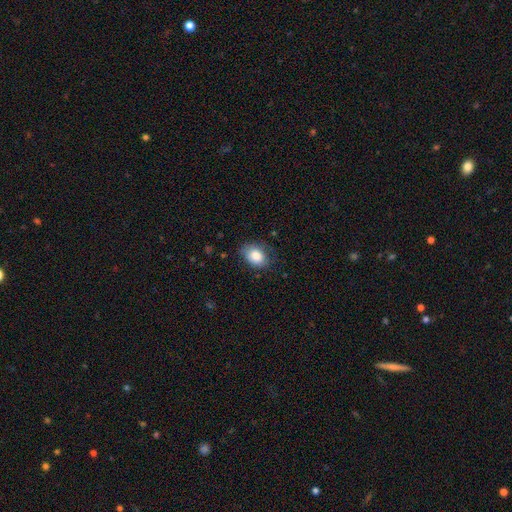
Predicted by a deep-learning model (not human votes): smooth-or-featured: smooth: 84% | featured or disk: 8% | star or artifact: 8%
  how-rounded: in between: 70% | round: 29% | cigar-shaped: 1%
  merging: none: 70% | minor disturbance: 23% | major disturbance: 6% | merger: 1%